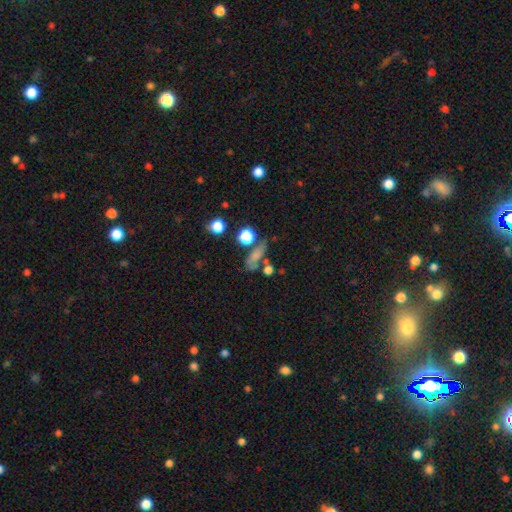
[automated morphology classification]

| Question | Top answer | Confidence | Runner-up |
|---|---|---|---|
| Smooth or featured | smooth | 65% | star or artifact (18%) |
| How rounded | in between | 50% | cigar-shaped (28%) |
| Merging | none | 53% | merger (19%) |